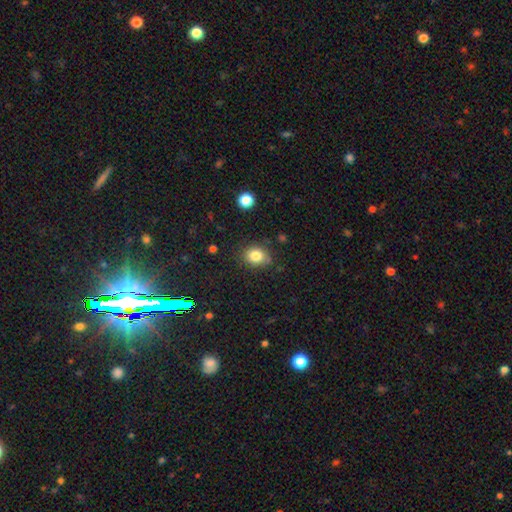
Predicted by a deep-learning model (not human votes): Smooth or featured? smooth (83%)
How rounded? round (59%)
Merging? none (78%)